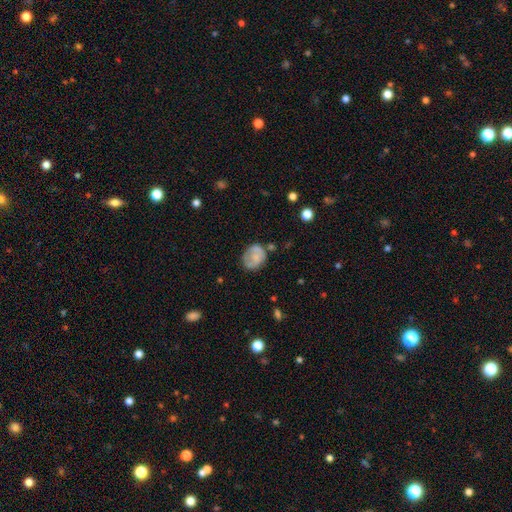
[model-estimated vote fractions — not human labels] smooth-or-featured: smooth: 65% | featured or disk: 27% | star or artifact: 8%
  how-rounded: round: 52% | in between: 47% | cigar-shaped: 1%
  merging: none: 56% | minor disturbance: 27% | major disturbance: 12% | merger: 5%